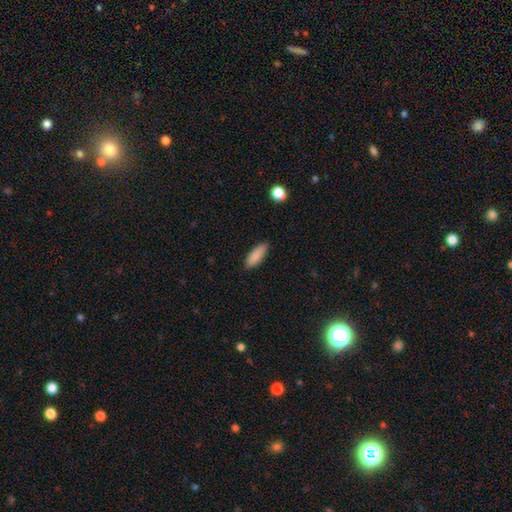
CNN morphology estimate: A smooth galaxy with no disk features (87%) that is in between round and cigar-shaped (68%). Merging: none (84%).